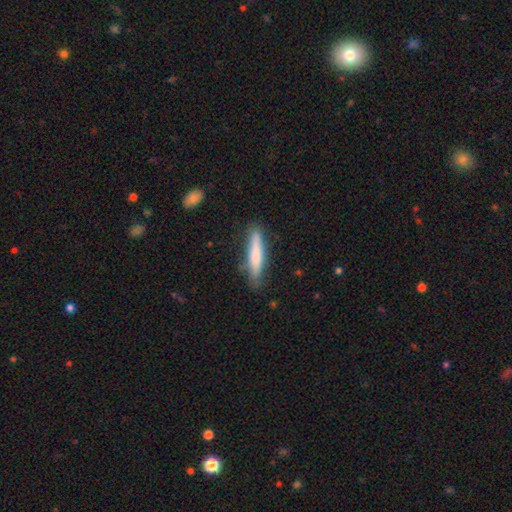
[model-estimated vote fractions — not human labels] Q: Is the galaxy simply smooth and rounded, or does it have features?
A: smooth — 69%.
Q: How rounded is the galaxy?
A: cigar-shaped — 87%.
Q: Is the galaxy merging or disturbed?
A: none — 82%.